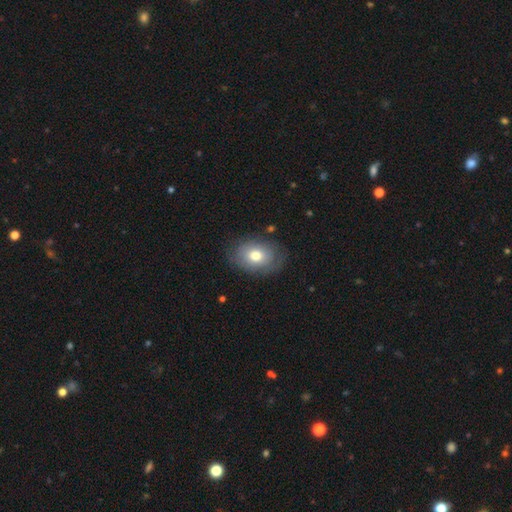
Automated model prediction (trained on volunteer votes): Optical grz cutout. It shows a smooth galaxy with no disk features (71%) that is in between round and cigar-shaped (70%). Merging: none (76%).